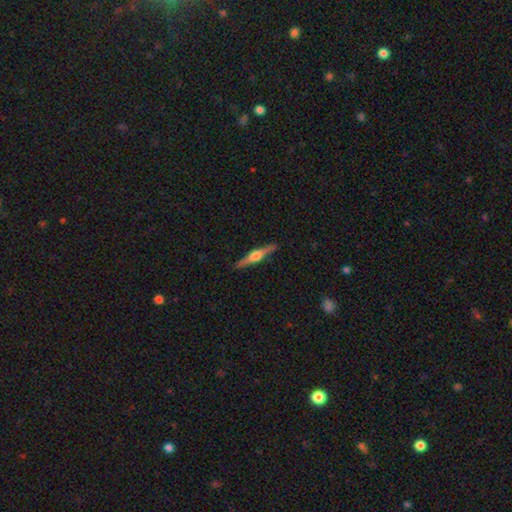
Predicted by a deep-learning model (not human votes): Overall: featured or disk (74%). Edge-on disk: yes (98%). Edge-on bulge: rounded (89%). Merging: none (90%).